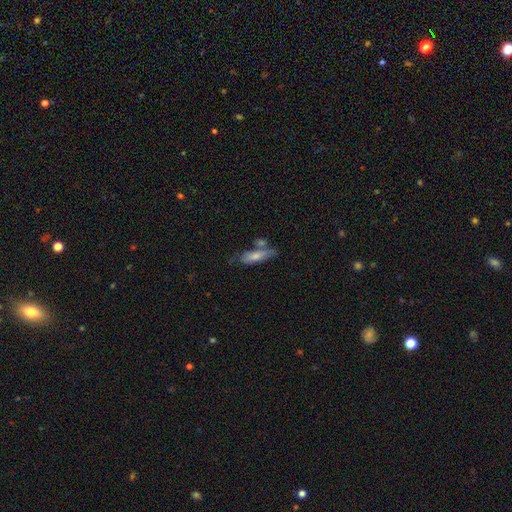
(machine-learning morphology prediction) Smooth or featured?
  - smooth: 68% *
  - featured or disk: 25%
  - star or artifact: 6%
How rounded?
  - cigar-shaped: 58% *
  - in between: 40%
  - round: 2%
Merging?
  - none: 48% *
  - merger: 24%
  - minor disturbance: 21%
  - major disturbance: 8%